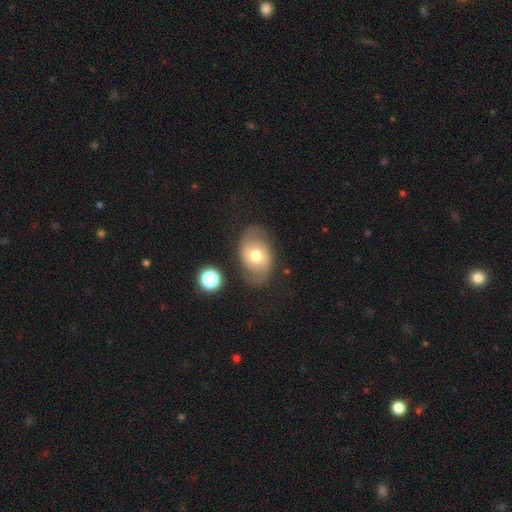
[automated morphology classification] featured or disk 54%, smooth 37%, star or artifact 9%. Down the decision tree: edge-on disk — no (95%); bar — no (74%); spiral arms — yes (77%); bulge size — moderate (73%); merging — none (70%).